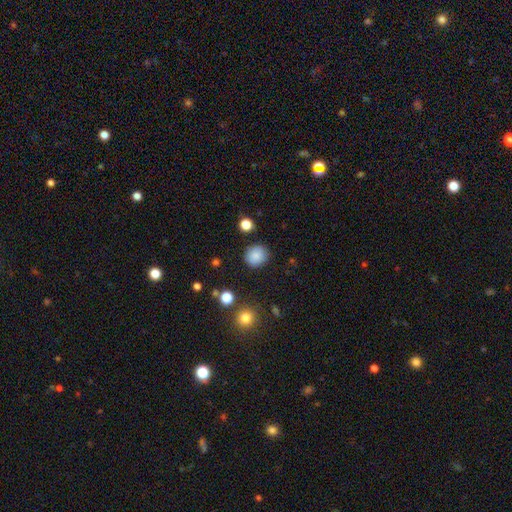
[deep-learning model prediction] A smooth galaxy with no disk features (86%) that is round (87%).

Vote fractions:
- Smooth or featured? smooth: 86% / star or artifact: 10% / featured or disk: 4%
- How rounded? round: 87% / in between: 12% / cigar-shaped: 1%
- Merging? none: 87% / minor disturbance: 9% / major disturbance: 3% / merger: 2%